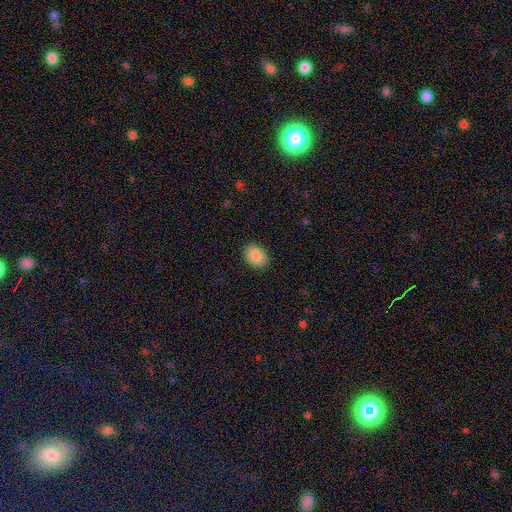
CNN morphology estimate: Q: Smooth or featured?
A: smooth (86%); runner-up: star or artifact (7%)
Q: How rounded?
A: in between (79%); runner-up: round (20%)
Q: Merging?
A: none (89%); runner-up: minor disturbance (8%)